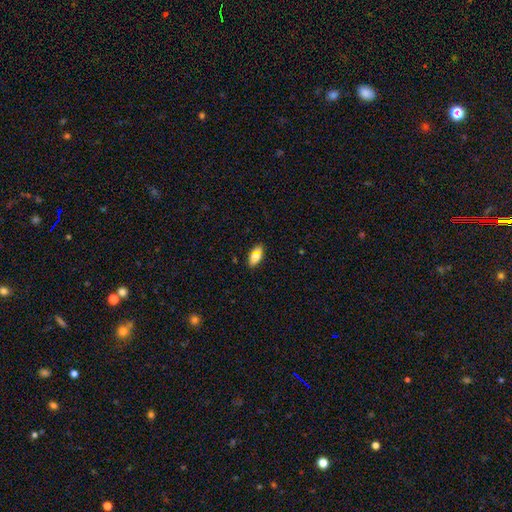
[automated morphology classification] A smooth galaxy with no disk features (76%) that is in between round and cigar-shaped (88%).

Vote fractions:
- Smooth or featured? smooth: 76% / star or artifact: 14% / featured or disk: 10%
- How rounded? in between: 88% / round: 6% / cigar-shaped: 6%
- Merging? none: 81% / minor disturbance: 12% / merger: 4% / major disturbance: 3%